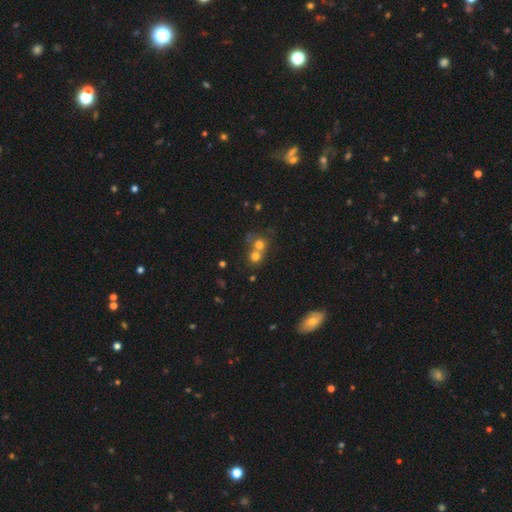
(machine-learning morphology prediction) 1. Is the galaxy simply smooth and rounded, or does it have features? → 70% smooth, 15% star or artifact, 15% featured or disk.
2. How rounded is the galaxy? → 82% round, 17% in between, 1% cigar-shaped.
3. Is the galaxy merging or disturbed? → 59% merger, 33% none, 5% minor disturbance, 3% major disturbance.